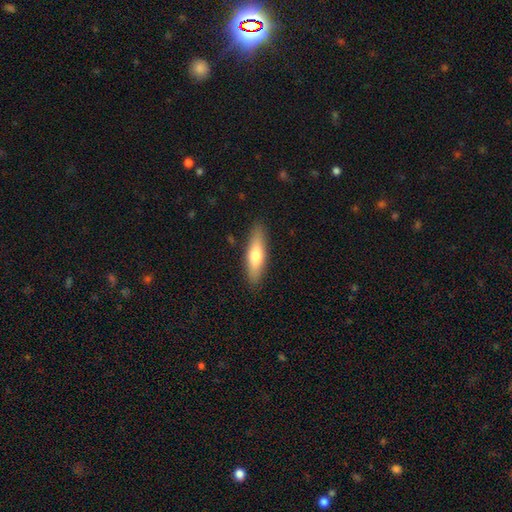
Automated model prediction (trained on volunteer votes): smooth_or_featured: smooth (p=0.65) [alt: featured or disk p=0.29]
how_rounded: cigar-shaped (p=0.67) [alt: in between p=0.31]
merging: none (p=0.88) [alt: minor disturbance p=0.09]